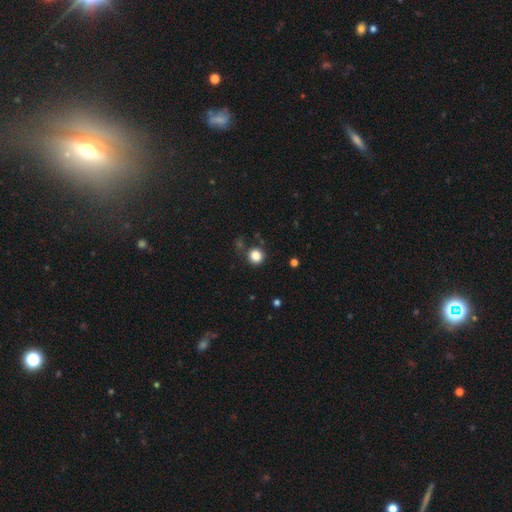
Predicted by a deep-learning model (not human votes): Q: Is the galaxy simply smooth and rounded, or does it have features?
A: smooth — 84%.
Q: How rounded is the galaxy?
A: round — 93%.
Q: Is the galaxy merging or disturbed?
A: none — 83%.